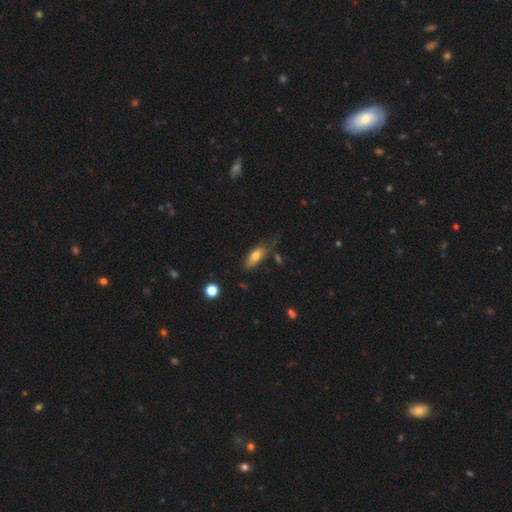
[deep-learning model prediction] Overall: smooth (71%). How rounded: in between (71%). Merging: none (56%; minor disturbance 30%).